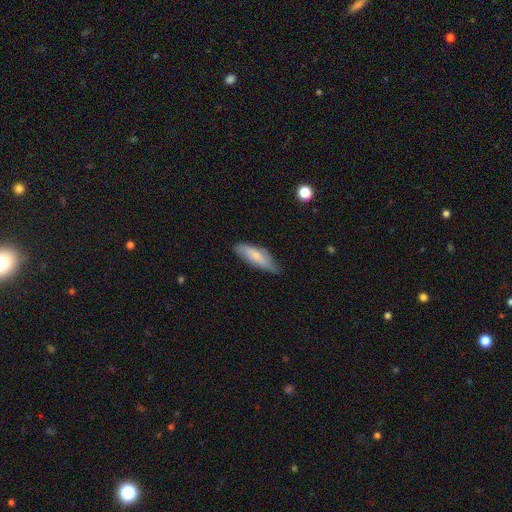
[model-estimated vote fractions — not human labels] smooth 66%, featured or disk 28%, star or artifact 6%. Down the decision tree: how rounded — in between (59%); merging — none (64%).